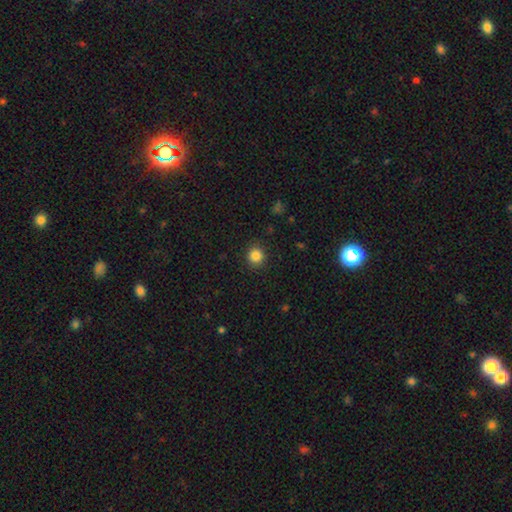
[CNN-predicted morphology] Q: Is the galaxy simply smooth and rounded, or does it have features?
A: smooth — 85%.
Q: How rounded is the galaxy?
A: round — 92%.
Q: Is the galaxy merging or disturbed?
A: none — 90%.